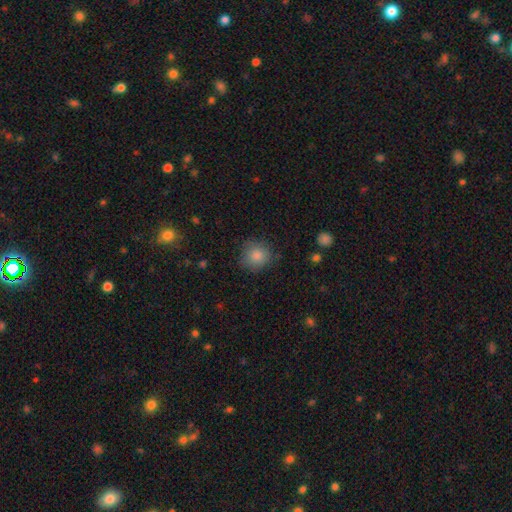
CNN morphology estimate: A smooth galaxy with no disk features (84%) that is round (90%). Merging: none (82%).